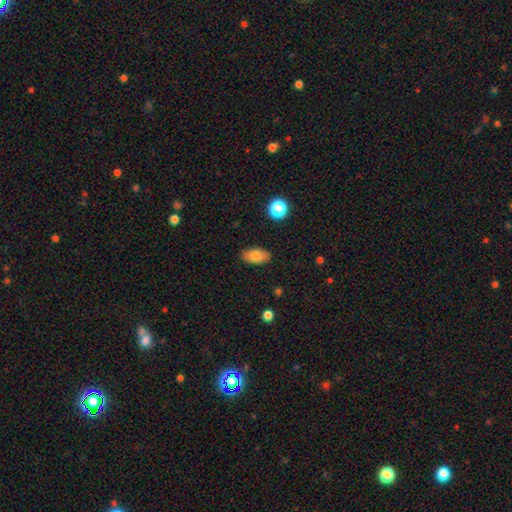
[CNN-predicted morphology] smooth_or_featured: smooth (p=0.79) [alt: featured or disk p=0.13]
how_rounded: in between (p=0.92) [alt: round p=0.05]
merging: none (p=0.87) [alt: minor disturbance p=0.09]